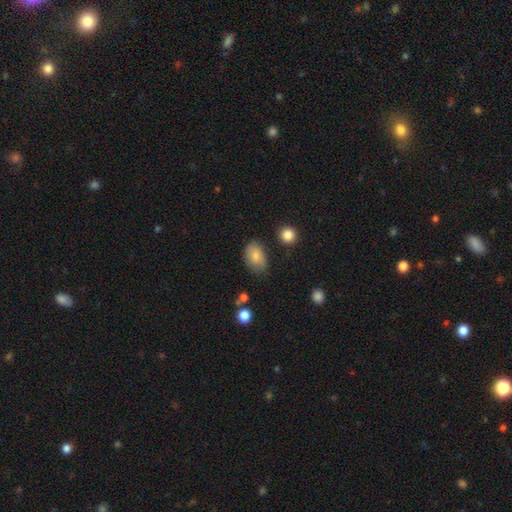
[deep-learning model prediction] smooth_or_featured: smooth (p=0.80) [alt: featured or disk p=0.12]
how_rounded: in between (p=0.84) [alt: round p=0.14]
merging: none (p=0.67) [alt: minor disturbance p=0.25]